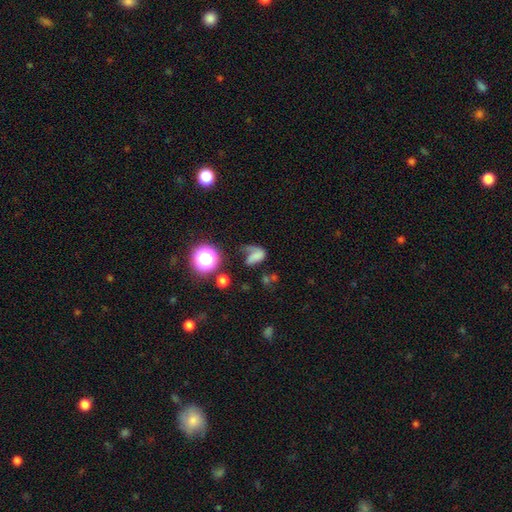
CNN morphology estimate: Smooth or featured?
  - smooth: 51% *
  - featured or disk: 30%
  - star or artifact: 18%
How rounded?
  - in between: 69% *
  - round: 27%
  - cigar-shaped: 4%
Merging?
  - major disturbance: 42% *
  - none: 28%
  - minor disturbance: 21%
  - merger: 9%